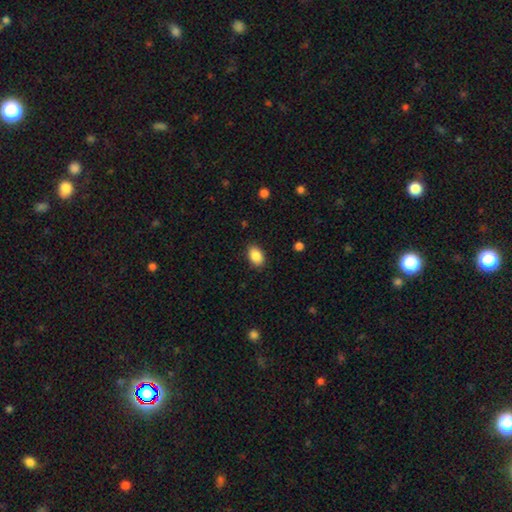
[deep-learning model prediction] This is clearly a smooth galaxy (88%). How rounded: clearly in between (86%). Merging: clearly none (86%).